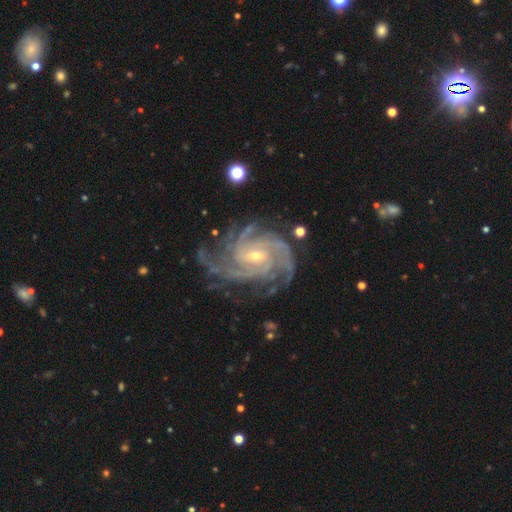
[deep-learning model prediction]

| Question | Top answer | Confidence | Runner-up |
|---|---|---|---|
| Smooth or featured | featured or disk | 93% | star or artifact (4%) |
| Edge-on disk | no | 98% | yes (2%) |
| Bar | weak | 42% | tied: no (42%) |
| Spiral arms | yes | 99% | no (1%) |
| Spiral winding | tight | 64% | medium (32%) |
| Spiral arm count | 4 | 37% | more than 4 (18%) |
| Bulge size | small | 71% | moderate (25%) |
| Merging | none | 72% | minor disturbance (18%) |